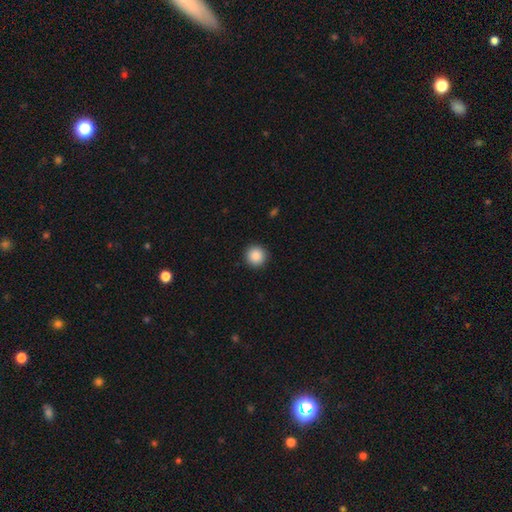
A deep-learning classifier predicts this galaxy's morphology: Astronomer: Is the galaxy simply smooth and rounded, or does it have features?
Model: smooth — 88%.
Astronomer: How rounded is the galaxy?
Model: round — 95%.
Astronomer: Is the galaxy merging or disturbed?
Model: none — 93%.